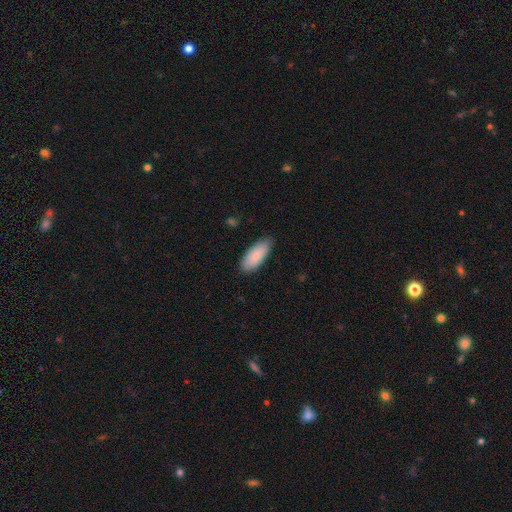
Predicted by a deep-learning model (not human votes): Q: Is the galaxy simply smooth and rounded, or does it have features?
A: smooth — 85%.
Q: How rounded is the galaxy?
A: in between — 83%.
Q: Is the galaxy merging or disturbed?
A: none — 83%.